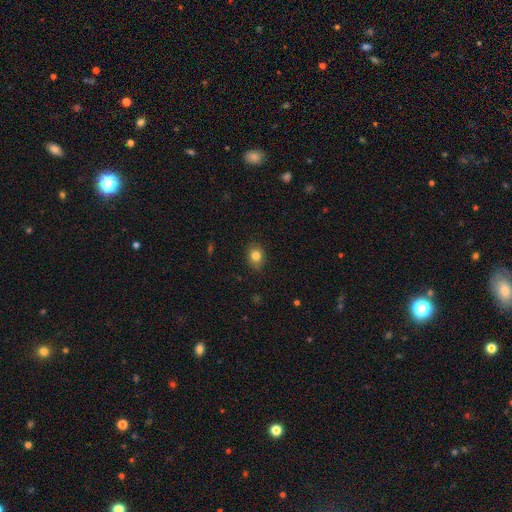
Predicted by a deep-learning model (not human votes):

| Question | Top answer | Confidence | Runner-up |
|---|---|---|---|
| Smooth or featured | smooth | 83% | star or artifact (10%) |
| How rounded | round | 56% | in between (43%) |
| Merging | none | 82% | minor disturbance (15%) |